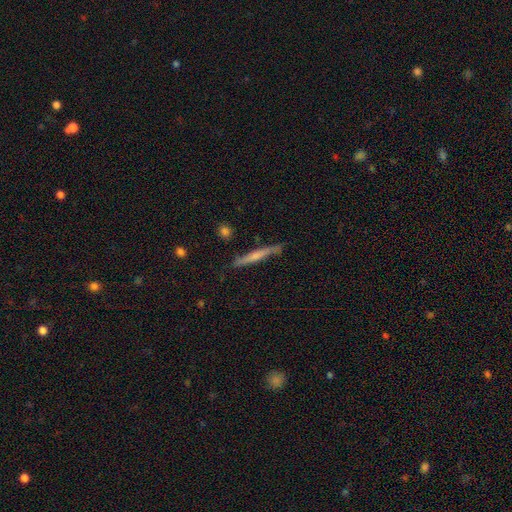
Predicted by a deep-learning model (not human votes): Smooth or featured?
  - featured or disk: 48% *
  - smooth: 46%
  - star or artifact: 6%
Merging?
  - none: 79% *
  - minor disturbance: 16%
  - major disturbance: 3%
  - merger: 3%